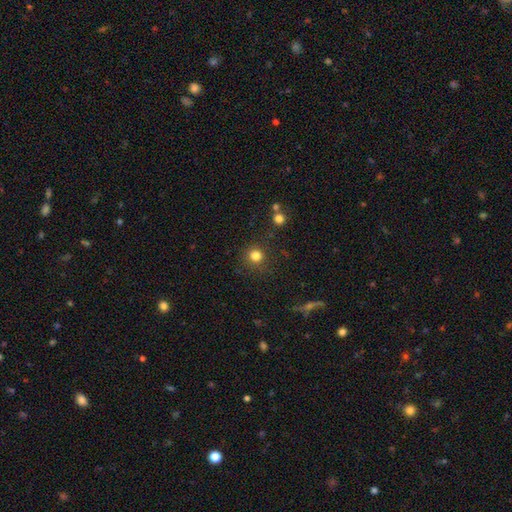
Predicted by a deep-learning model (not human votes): This appears to be a smooth galaxy with no disk features (81%) that is round (93%). Merging: none (85%).